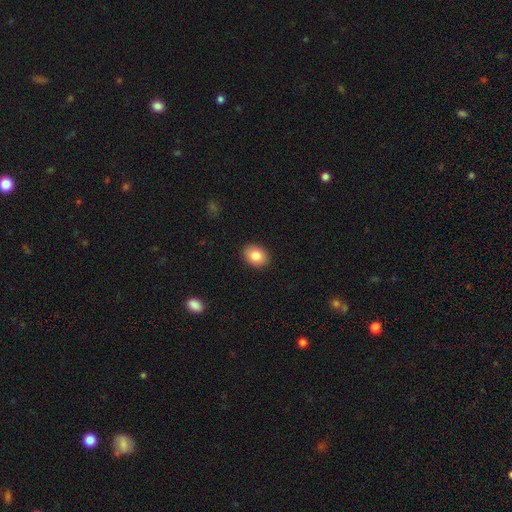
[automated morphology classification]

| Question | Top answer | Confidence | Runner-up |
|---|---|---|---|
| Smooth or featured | smooth | 85% | star or artifact (8%) |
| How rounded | in between | 63% | round (36%) |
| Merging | none | 90% | minor disturbance (7%) |